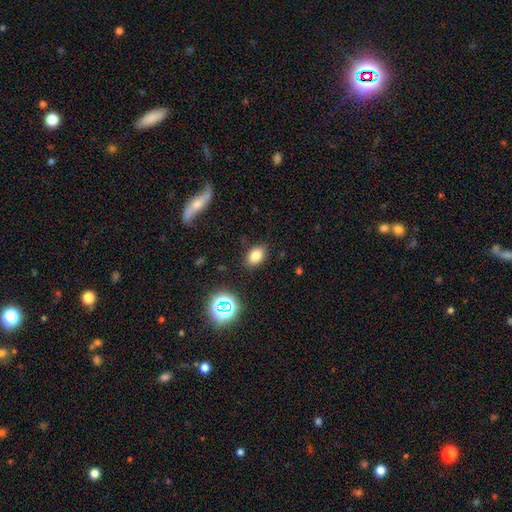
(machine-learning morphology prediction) Smooth or featured? smooth (79%)
How rounded? in between (85%)
Merging? none (86%)